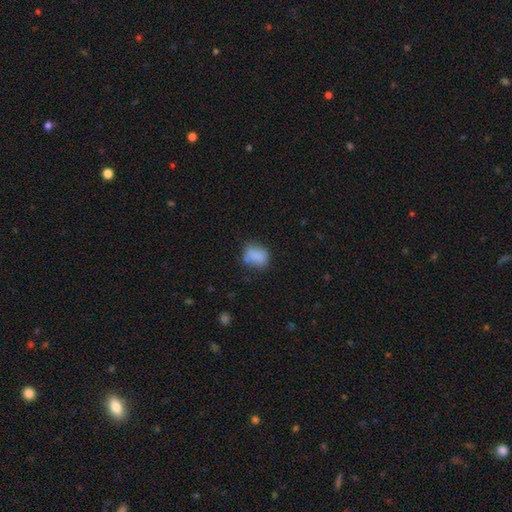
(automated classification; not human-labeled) A smooth galaxy with no disk features (80%) that is in between round and cigar-shaped (62%).

Vote fractions:
- Smooth or featured? smooth: 80% / featured or disk: 10% / star or artifact: 10%
- How rounded? in between: 62% / round: 36% / cigar-shaped: 2%
- Merging? none: 59% / minor disturbance: 24% / merger: 9% / major disturbance: 8%